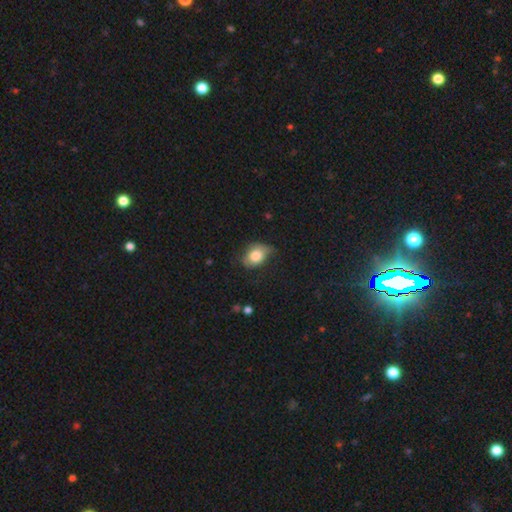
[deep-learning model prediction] This appears to be a smooth galaxy with no disk features (76%) that is in between round and cigar-shaped (65%). Merging: none (46%).